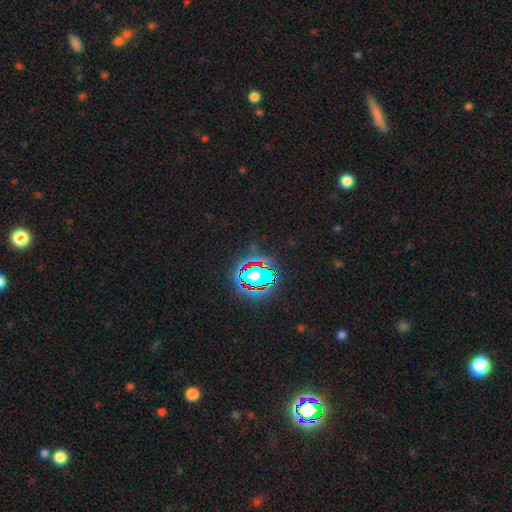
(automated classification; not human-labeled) smooth_or_featured: star or artifact (p=0.80) [alt: smooth p=0.12]